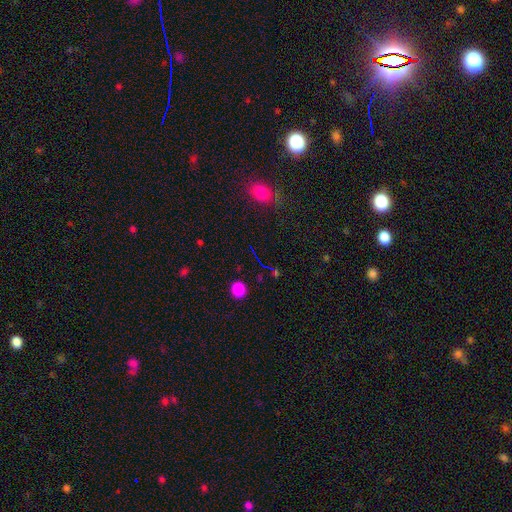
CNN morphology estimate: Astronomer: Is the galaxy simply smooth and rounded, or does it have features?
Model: smooth — 48% (runner-up: star or artifact, 42%).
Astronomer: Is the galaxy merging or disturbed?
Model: none — 86%.